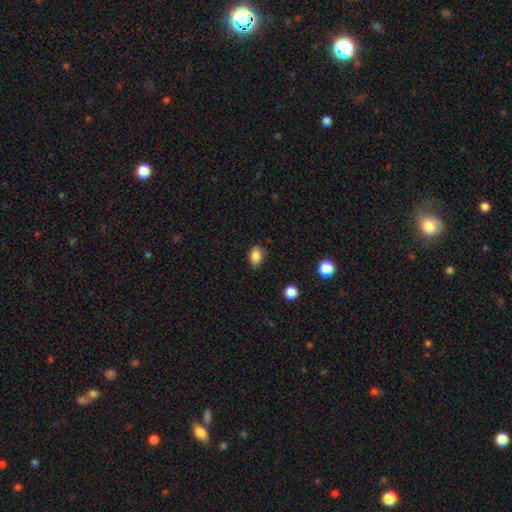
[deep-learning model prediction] smooth_or_featured: smooth (p=0.86) [alt: star or artifact p=0.09]
how_rounded: in between (p=0.86) [alt: round p=0.12]
merging: none (p=0.80) [alt: minor disturbance p=0.16]